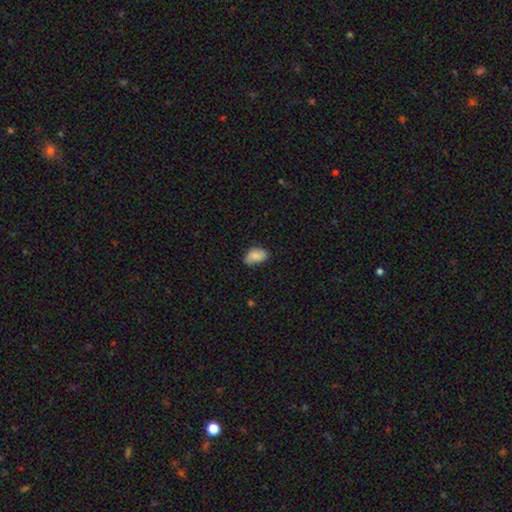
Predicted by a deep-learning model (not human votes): Overall: smooth (83%). How rounded: in between (89%). Merging: none (64%; minor disturbance 29%).